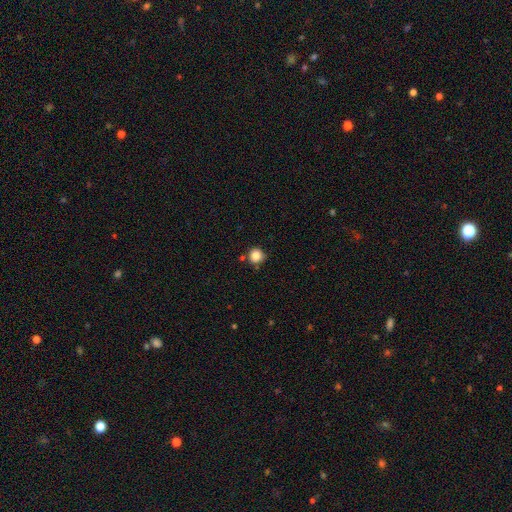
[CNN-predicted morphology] smooth-or-featured: smooth: 84% | star or artifact: 11% | featured or disk: 5%
  how-rounded: round: 93% | in between: 6% | cigar-shaped: 1%
  merging: none: 81% | minor disturbance: 11% | merger: 5% | major disturbance: 3%